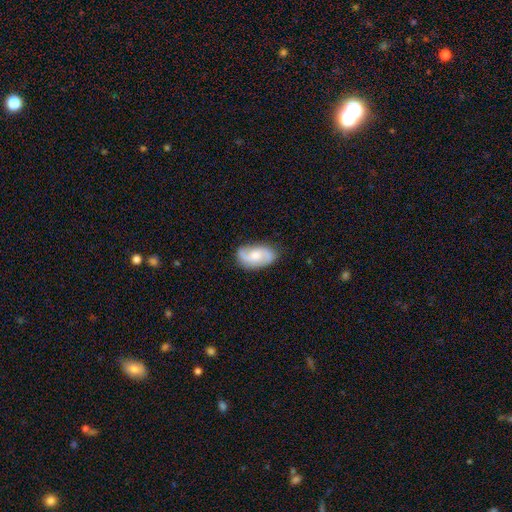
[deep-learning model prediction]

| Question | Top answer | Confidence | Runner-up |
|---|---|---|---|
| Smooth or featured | featured or disk | 71% | smooth (23%) |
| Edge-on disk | no | 96% | yes (4%) |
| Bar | no | 60% | weak (35%) |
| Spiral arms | yes | 95% | no (5%) |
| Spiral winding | medium | 47% | loose (32%) |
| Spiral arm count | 2 | 88% | can't tell (6%) |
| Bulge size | moderate | 52% | small (33%) |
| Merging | none | 79% | minor disturbance (15%) |